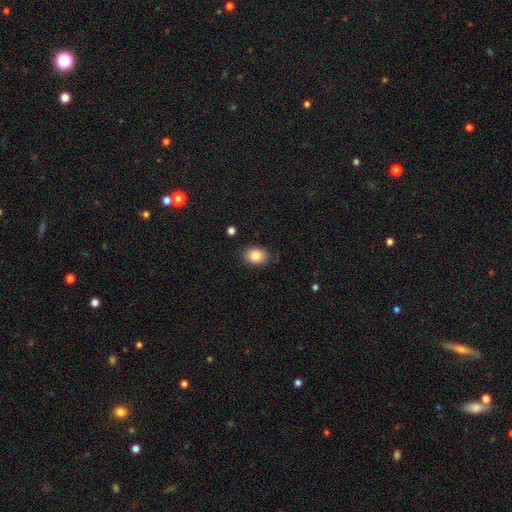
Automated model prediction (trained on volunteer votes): Morphology: type=smooth (85%); roundness=in between (69%); merging=none (85%).